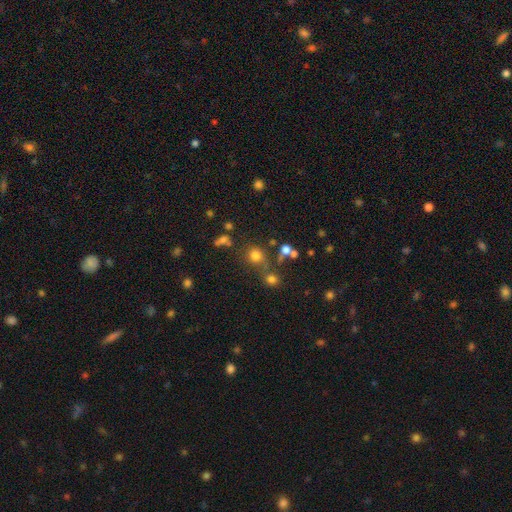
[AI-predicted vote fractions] This appears to be a smooth galaxy with no disk features (74%) that is round (86%). Merging: none (61%).